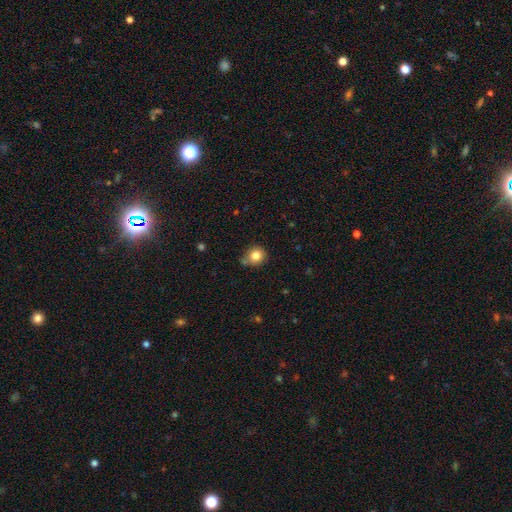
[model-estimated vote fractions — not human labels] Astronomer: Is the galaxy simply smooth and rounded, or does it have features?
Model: smooth — 82%.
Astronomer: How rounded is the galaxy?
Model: round — 85%.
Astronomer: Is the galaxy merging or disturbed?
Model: none — 68%.